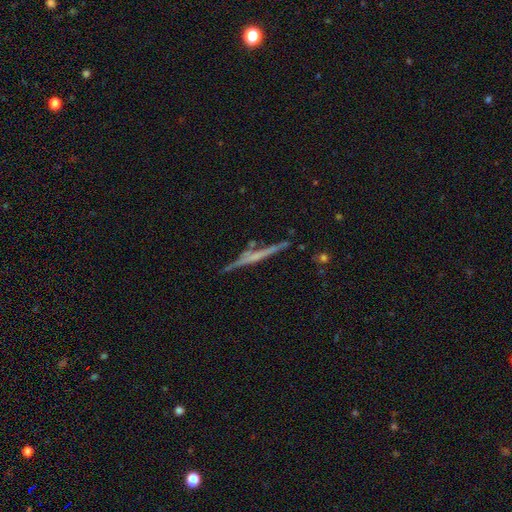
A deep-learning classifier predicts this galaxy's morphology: Q: Smooth or featured?
A: featured or disk (67%); runner-up: smooth (26%)
Q: Edge-on disk?
A: yes (97%); runner-up: no (3%)
Q: Edge-on bulge?
A: none (64%); runner-up: rounded (24%)
Q: Merging?
A: none (83%); runner-up: minor disturbance (10%)